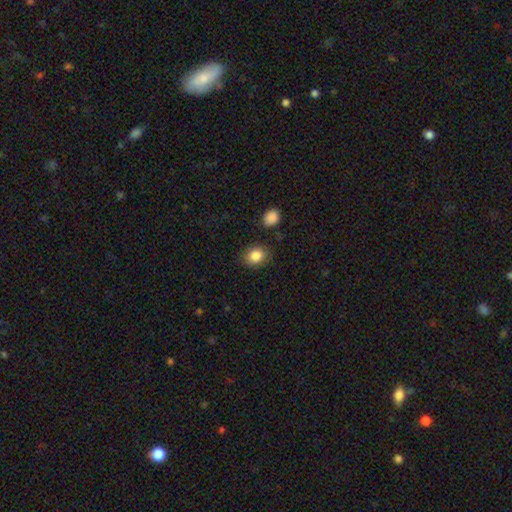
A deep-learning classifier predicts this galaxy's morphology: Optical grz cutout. It shows a smooth galaxy with no disk features (85%) that is in between round and cigar-shaped (58%). Merging: none (82%).